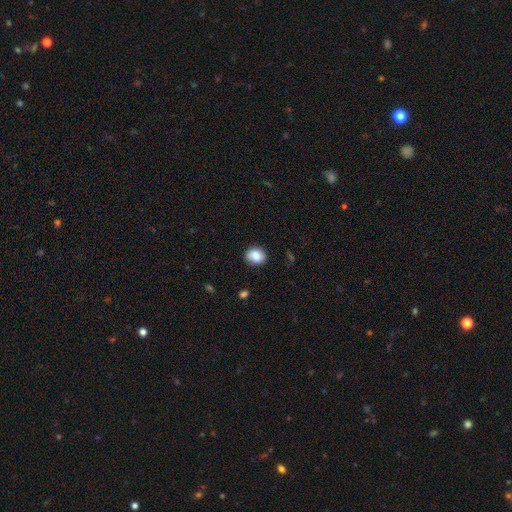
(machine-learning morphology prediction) A smooth galaxy with no disk features (85%) that is round (62%). Merging: none (87%).